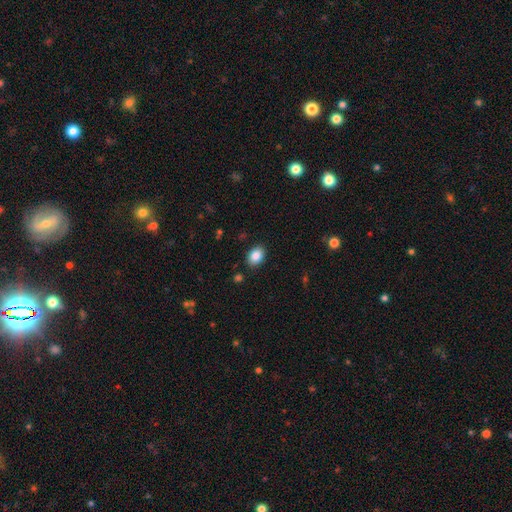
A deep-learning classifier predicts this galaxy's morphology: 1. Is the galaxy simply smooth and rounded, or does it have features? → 87% smooth, 8% star or artifact, 5% featured or disk.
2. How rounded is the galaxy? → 77% in between, 22% round, 1% cigar-shaped.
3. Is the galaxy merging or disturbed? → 88% none, 9% minor disturbance, 2% major disturbance, 1% merger.